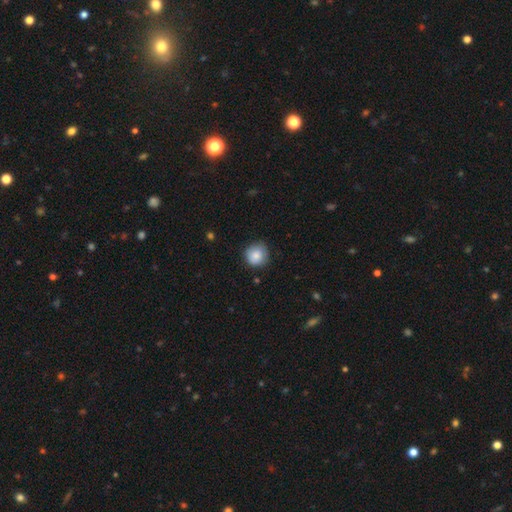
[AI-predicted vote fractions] smooth_or_featured: smooth (p=0.85) [alt: star or artifact p=0.08]
how_rounded: round (p=0.93) [alt: in between p=0.07]
merging: none (p=0.81) [alt: minor disturbance p=0.16]